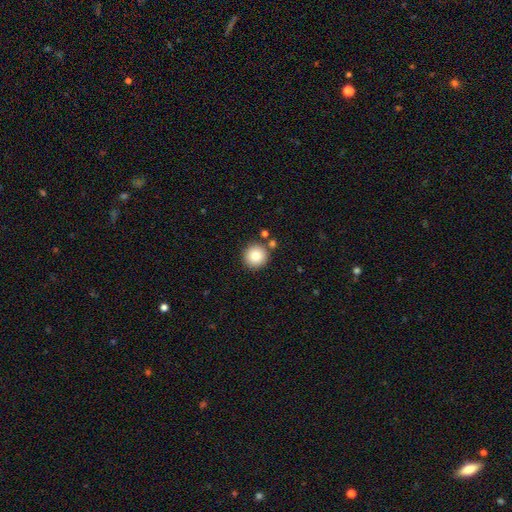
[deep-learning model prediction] smooth-or-featured: smooth: 80% | star or artifact: 10% | featured or disk: 9%
  how-rounded: round: 95% | in between: 4% | cigar-shaped: 1%
  merging: none: 84% | merger: 7% | minor disturbance: 7% | major disturbance: 2%